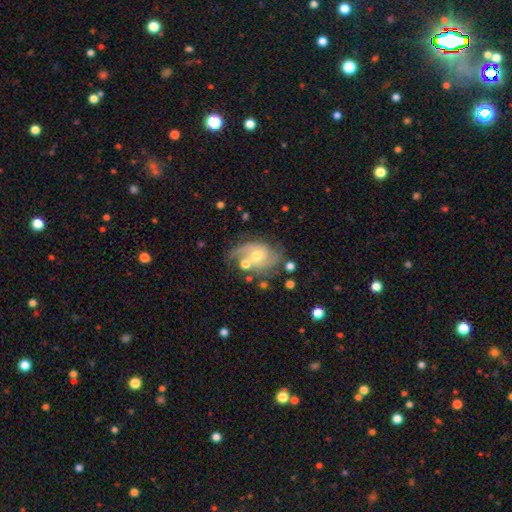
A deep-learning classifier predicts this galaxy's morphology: This is clearly a featured or disk galaxy (82%). It is clearly not viewed edge-on (97%). Bar: possibly no (57%). Spiral arm pattern: clearly yes (95%). Spiral arm count: likely 2 (72%). Spiral winding: possibly medium (50%). Central bulge: possibly moderate (56%). Merging: likely none (61%).